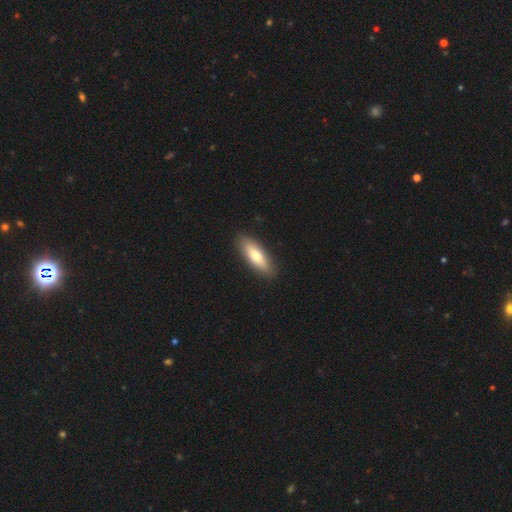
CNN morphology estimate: smooth-or-featured: smooth: 73% | featured or disk: 21% | star or artifact: 6%
  how-rounded: in between: 57% | cigar-shaped: 41% | round: 2%
  merging: none: 89% | minor disturbance: 8% | major disturbance: 2% | merger: 1%